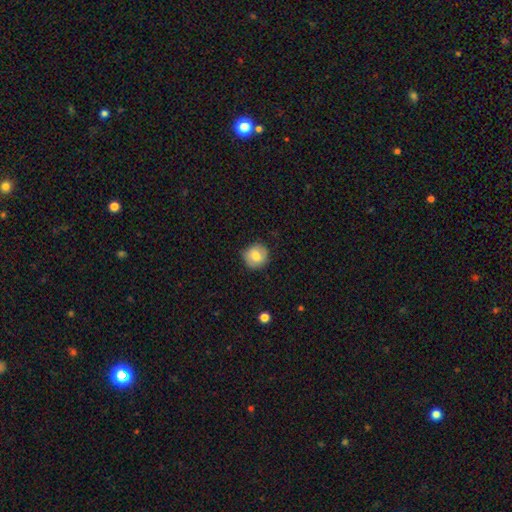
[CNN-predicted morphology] smooth 75%, featured or disk 17%, star or artifact 8%. Down the decision tree: how rounded — round (89%); merging — none (82%).